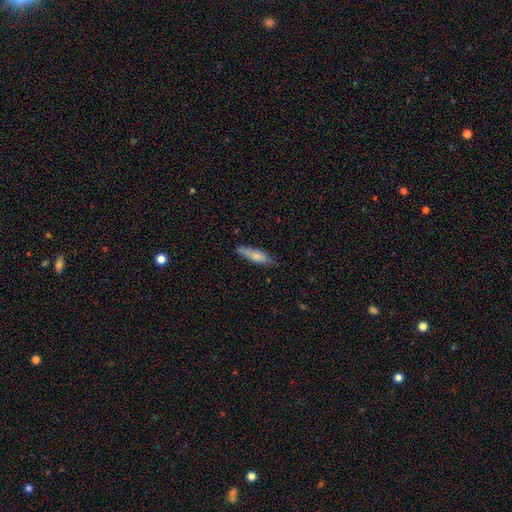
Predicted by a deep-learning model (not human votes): The model was most divided on "how rounded": cigar-shaped: 69%, in between: 29%, round: 2%. More confident: smooth or featured — smooth (76%); merging — none (68%).